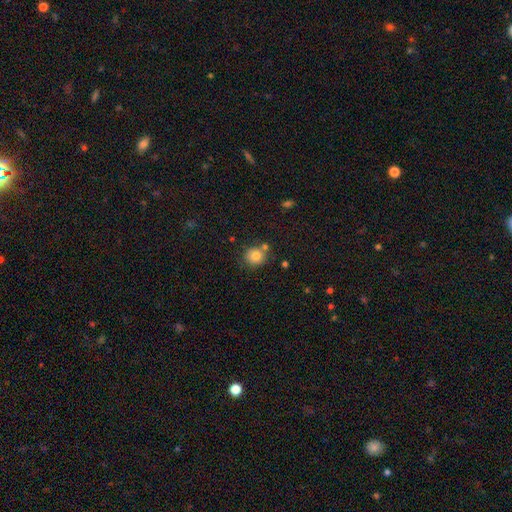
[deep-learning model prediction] Smooth or featured: smooth — 81% (star or artifact — 11%)
How rounded: round — 86% (in between — 13%)
Merging: none — 70% (merger — 14%)